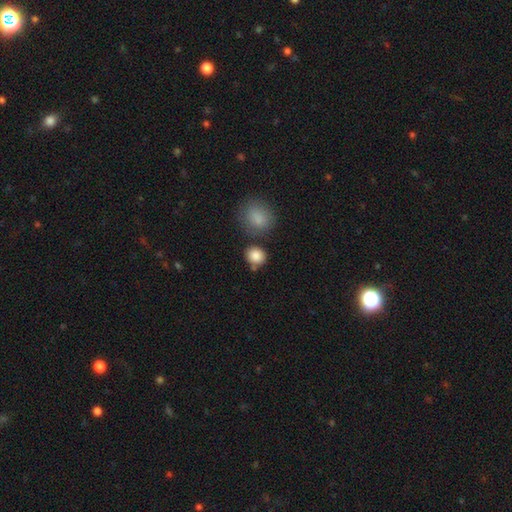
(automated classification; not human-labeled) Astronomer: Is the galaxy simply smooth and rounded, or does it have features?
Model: smooth — 86%.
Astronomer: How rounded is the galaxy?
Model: round — 71%.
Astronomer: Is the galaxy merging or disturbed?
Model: none — 69%.